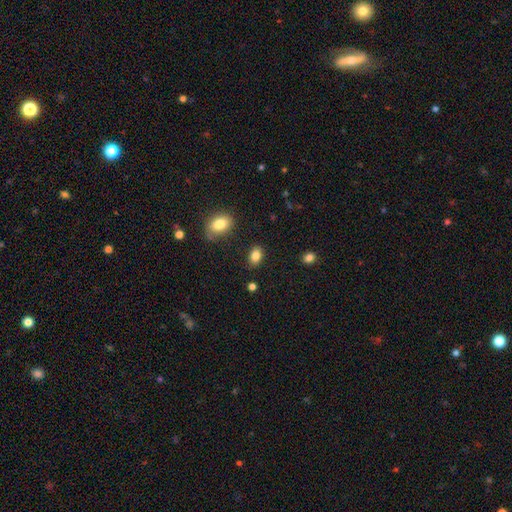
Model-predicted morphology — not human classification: smooth-or-featured: smooth: 84% | star or artifact: 9% | featured or disk: 7%
  how-rounded: in between: 81% | round: 17% | cigar-shaped: 2%
  merging: none: 85% | minor disturbance: 10% | major disturbance: 3% | merger: 2%